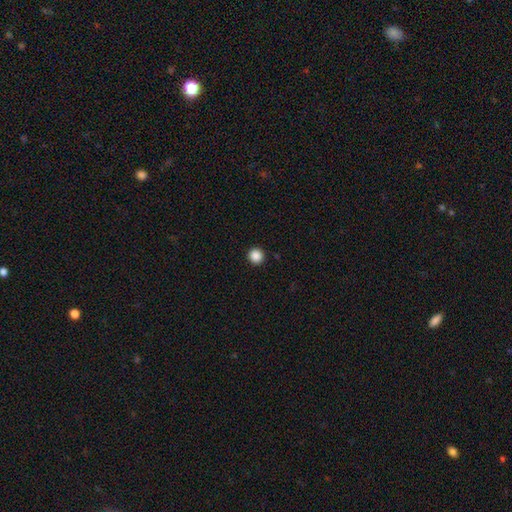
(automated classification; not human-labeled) Q: Smooth or featured?
A: smooth (87%); runner-up: star or artifact (10%)
Q: How rounded?
A: round (95%); runner-up: in between (4%)
Q: Merging?
A: none (93%); runner-up: minor disturbance (4%)